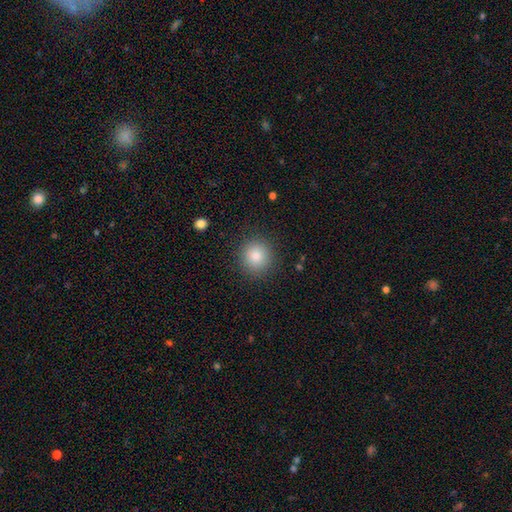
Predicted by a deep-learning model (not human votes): The model was most divided on "smooth or featured": smooth: 83%, star or artifact: 11%, featured or disk: 6%. More confident: how rounded — round (92%); merging — none (90%).